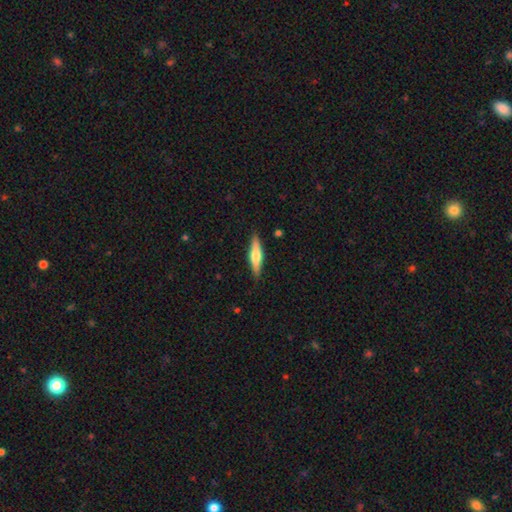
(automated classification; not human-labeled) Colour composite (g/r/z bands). It shows a featured or disk galaxy (47%, tied with smooth). Merging: none (88%).